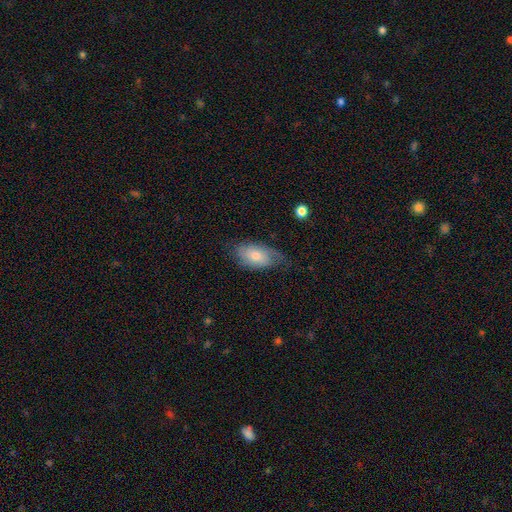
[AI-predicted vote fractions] Overall: smooth (63%; featured or disk 31%). How rounded: in between (92%). Merging: none (57%; minor disturbance 31%).